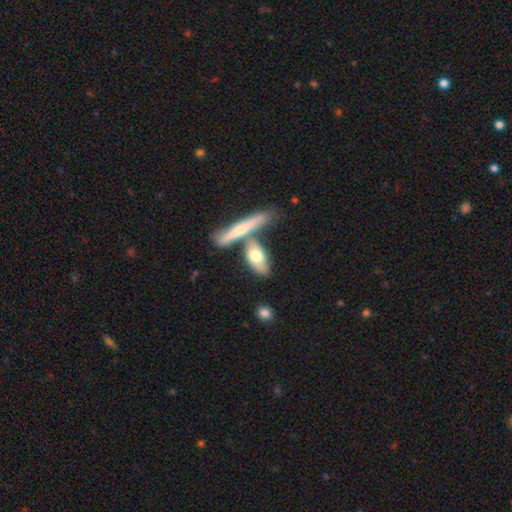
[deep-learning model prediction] Smooth or featured? Predicted: smooth (p=0.64). How rounded? Predicted: in between (p=0.62). Merging? Predicted: none (p=0.50).